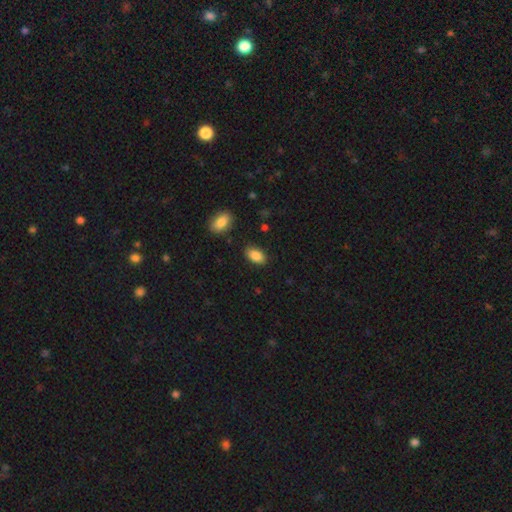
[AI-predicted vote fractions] Smooth or featured? Predicted: smooth (p=0.88). How rounded? Predicted: in between (p=0.92). Merging? Predicted: none (p=0.86).